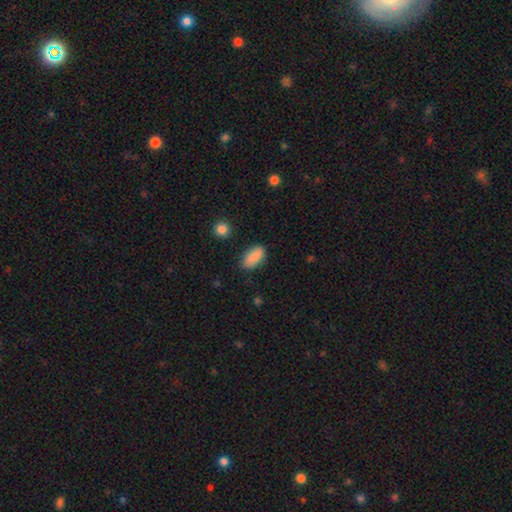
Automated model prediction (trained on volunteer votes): This is clearly a smooth galaxy (87%). How rounded: clearly in between (92%). Merging: clearly none (81%).